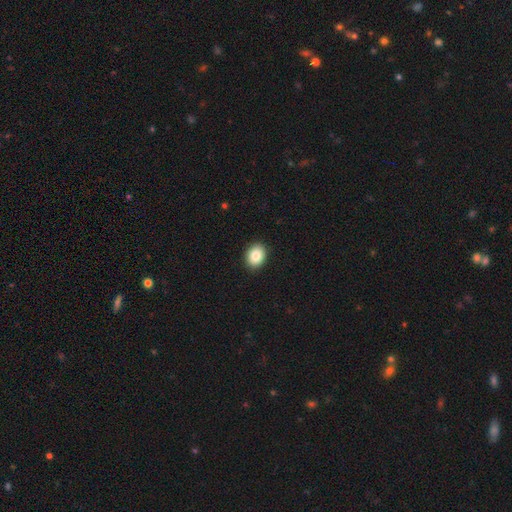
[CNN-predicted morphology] This appears to be a smooth galaxy with no disk features (87%) that is in between round and cigar-shaped (61%). Merging: none (91%).